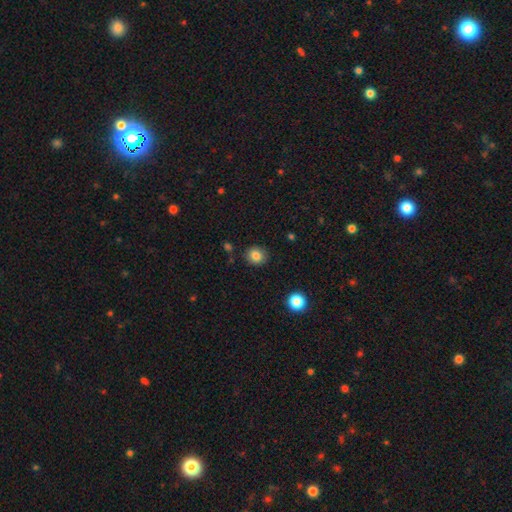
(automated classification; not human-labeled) Morphology: type=smooth (82%); roundness=round (80%); merging=none (88%).